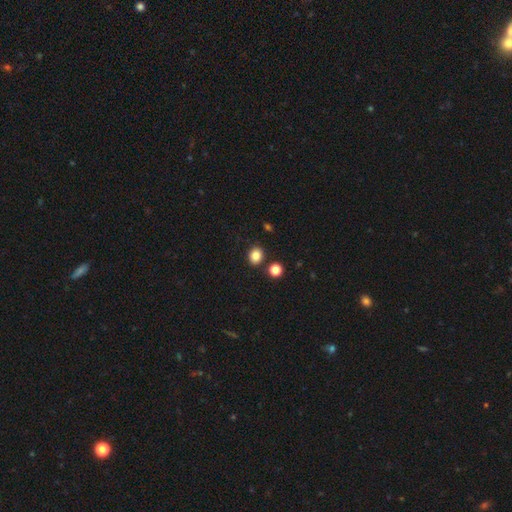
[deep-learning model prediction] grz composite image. It shows a smooth galaxy with no disk features (84%) that is round (62%). Merging: none (84%).